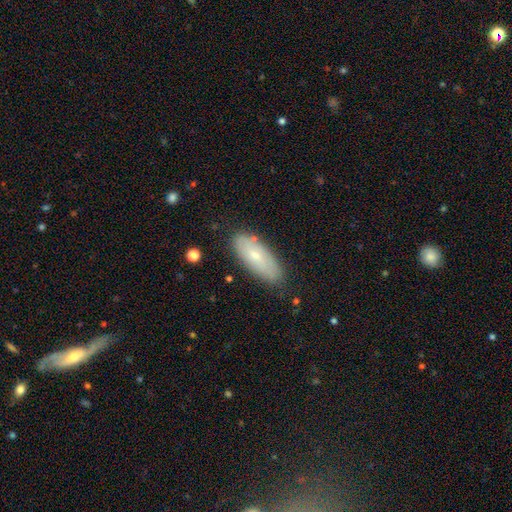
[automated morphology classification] smooth 64%, featured or disk 29%, star or artifact 7%. Down the decision tree: how rounded — in between (77%); merging — none (81%).